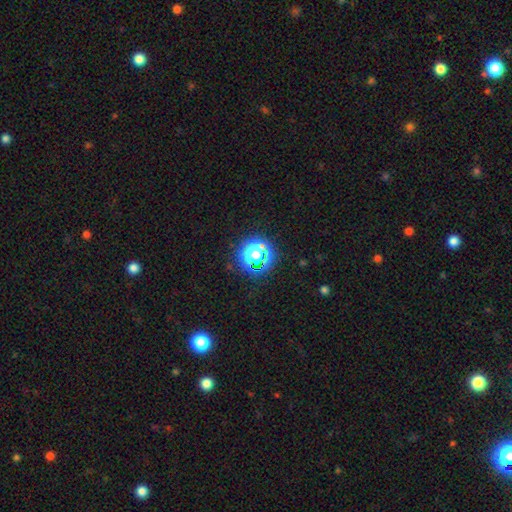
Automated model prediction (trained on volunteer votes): This is possibly a star or artifact rather than a galaxy (51%).